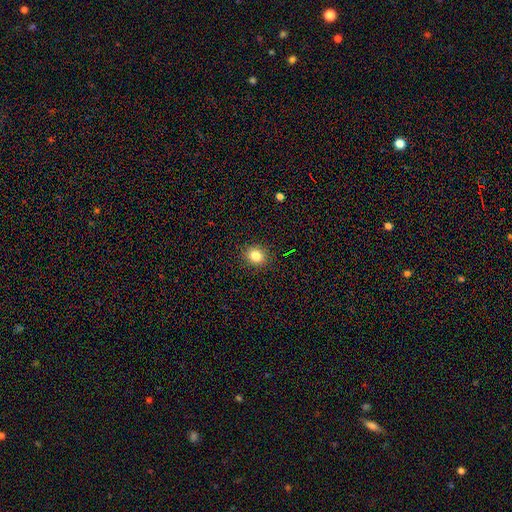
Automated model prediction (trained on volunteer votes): smooth_or_featured: smooth (p=0.83) [alt: star or artifact p=0.11]
how_rounded: round (p=0.67) [alt: in between p=0.32]
merging: none (p=0.90) [alt: minor disturbance p=0.07]